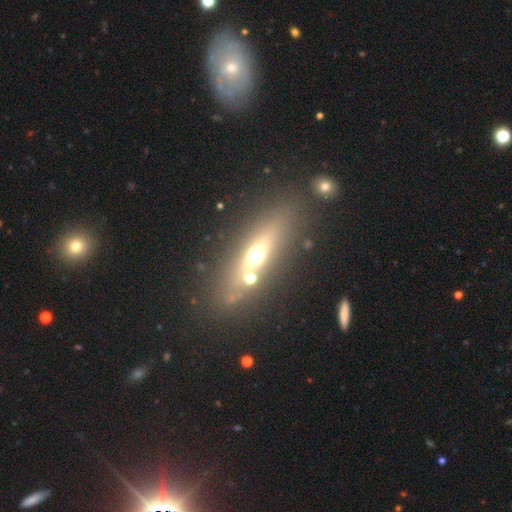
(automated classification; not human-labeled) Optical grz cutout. It shows a featured or disk galaxy (43%). Merging: none (75%).